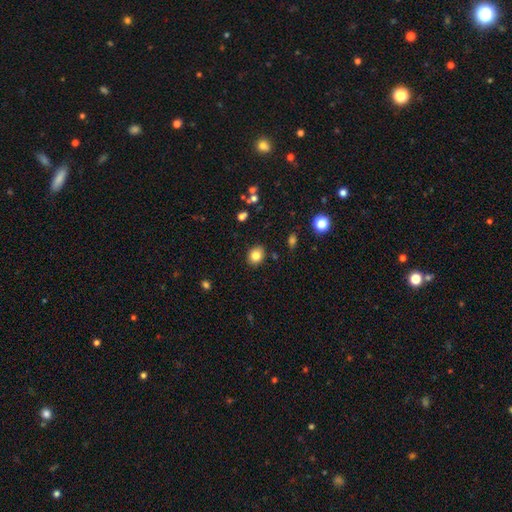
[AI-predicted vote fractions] A smooth galaxy with no disk features (82%) that is round (51%).

Vote fractions:
- Smooth or featured? smooth: 82% / star or artifact: 10% / featured or disk: 8%
- How rounded? round: 51% / in between: 48% / cigar-shaped: 1%
- Merging? none: 87% / minor disturbance: 9% / major disturbance: 2% / merger: 2%